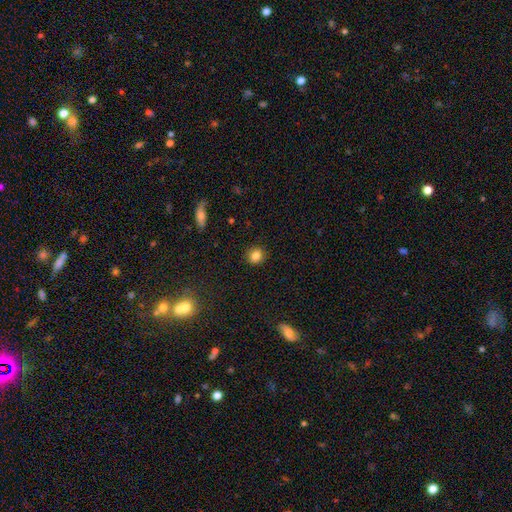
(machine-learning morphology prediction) Smooth or featured: smooth — 84% (star or artifact — 11%)
How rounded: round — 79% (in between — 20%)
Merging: none — 90% (minor disturbance — 7%)